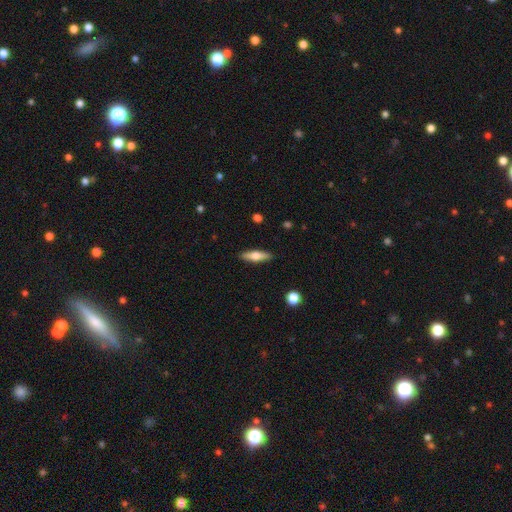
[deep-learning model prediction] Q: Smooth or featured?
A: smooth (59%); runner-up: featured or disk (35%)
Q: How rounded?
A: cigar-shaped (62%); runner-up: in between (36%)
Q: Merging?
A: none (90%); runner-up: minor disturbance (7%)